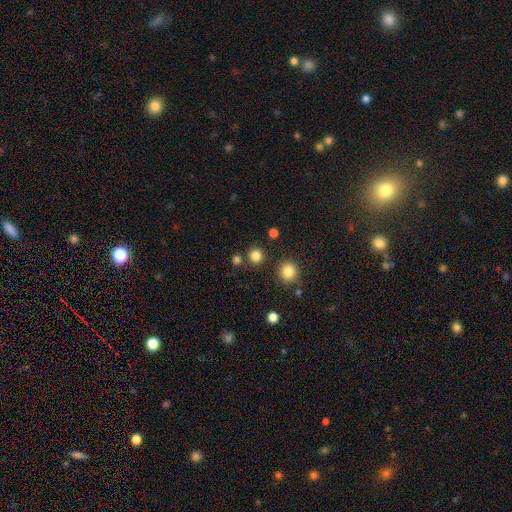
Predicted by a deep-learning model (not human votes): A smooth galaxy with no disk features (82%) that is round (92%). Merging: none (86%).